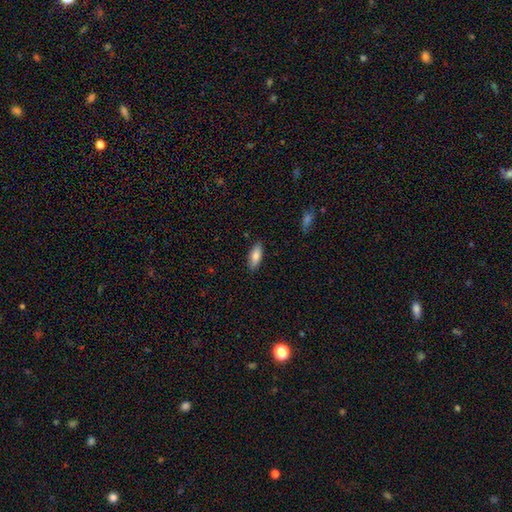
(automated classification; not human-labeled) A smooth galaxy with no disk features (82%) that is in between round and cigar-shaped (78%). Merging: none (87%).